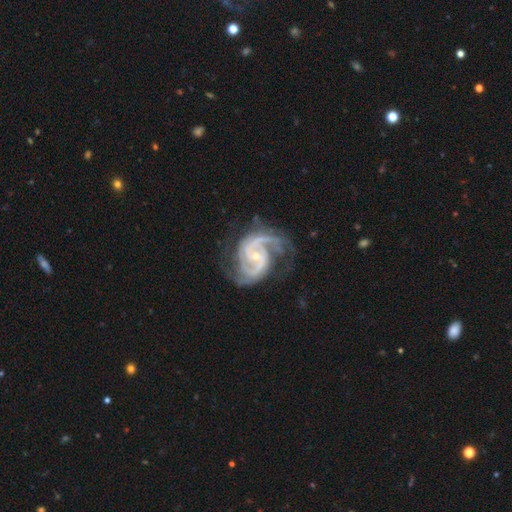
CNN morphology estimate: Smooth or featured? featured or disk (93%)
Edge-on disk? no (98%)
Bar? no (48%)
Spiral arms? yes (99%)
Spiral winding? medium (54%)
Spiral arm count? 2 (71%)
Bulge size? small (70%)
Merging? none (67%)